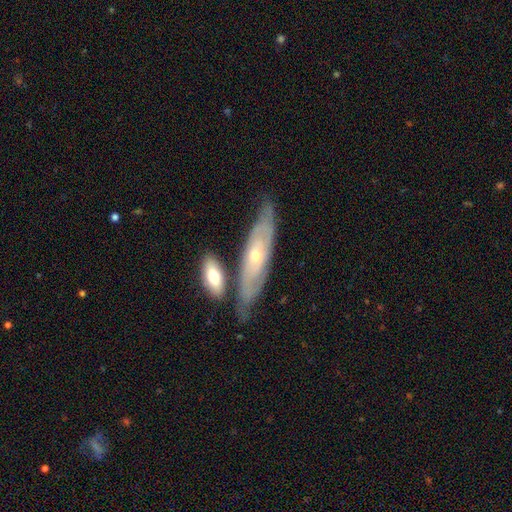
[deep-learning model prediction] Smooth or featured?
  - featured or disk: 71% *
  - smooth: 22%
  - star or artifact: 6%
Edge-on disk?
  - no: 67% *
  - yes: 33%
Merging?
  - none: 67% *
  - minor disturbance: 16%
  - merger: 13%
  - major disturbance: 4%